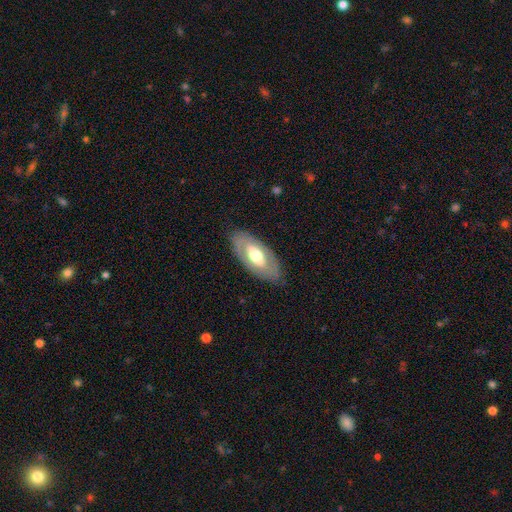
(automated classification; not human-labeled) Smooth or featured?
  - featured or disk: 50% *
  - smooth: 45%
  - star or artifact: 5%
Merging?
  - none: 82% *
  - minor disturbance: 13%
  - major disturbance: 4%
  - merger: 1%